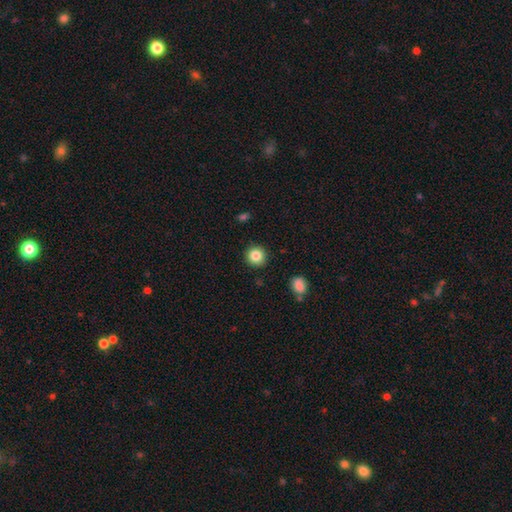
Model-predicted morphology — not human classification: smooth-or-featured: smooth: 85% | star or artifact: 10% | featured or disk: 5%
  how-rounded: round: 93% | in between: 6% | cigar-shaped: 1%
  merging: none: 91% | minor disturbance: 6% | major disturbance: 2% | merger: 1%